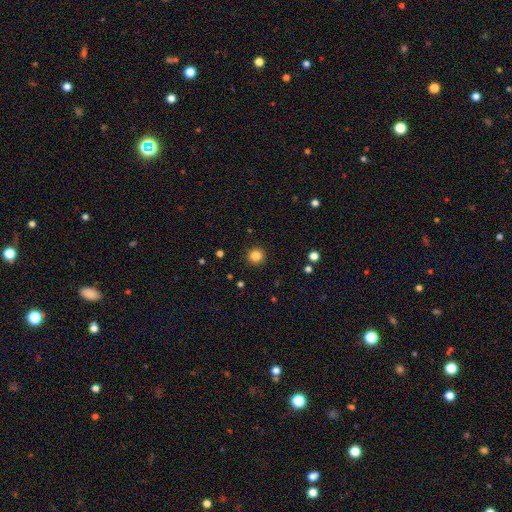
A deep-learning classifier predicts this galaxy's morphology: Overall: smooth (84%). How rounded: round (95%). Merging: none (92%).